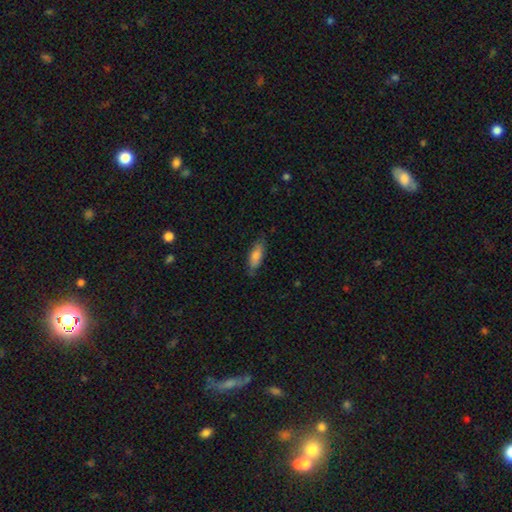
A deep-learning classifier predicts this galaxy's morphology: smooth-or-featured: smooth: 76% | featured or disk: 17% | star or artifact: 7%
  how-rounded: in between: 64% | cigar-shaped: 34% | round: 2%
  merging: none: 75% | minor disturbance: 20% | major disturbance: 4% | merger: 1%